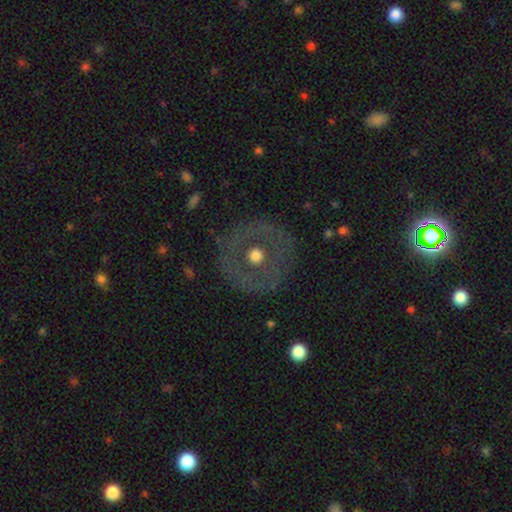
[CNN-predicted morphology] smooth-or-featured: featured or disk: 47% | smooth: 44% | star or artifact: 9%
  merging: none: 83% | minor disturbance: 10% | major disturbance: 6% | merger: 2%